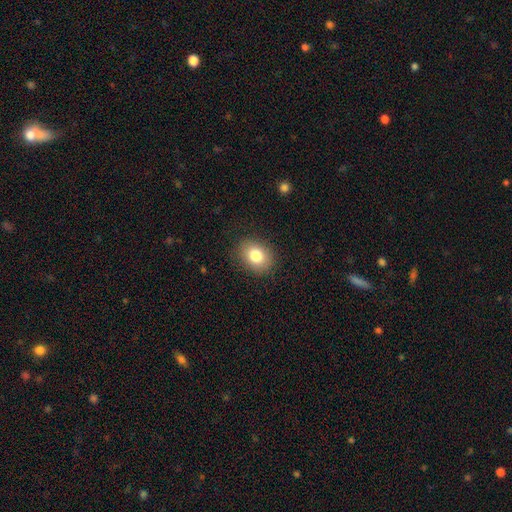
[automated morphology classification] The model was most divided on "how rounded": in between: 56%, round: 43%, cigar-shaped: 1%. More confident: merging — none (86%); smooth or featured — smooth (82%).